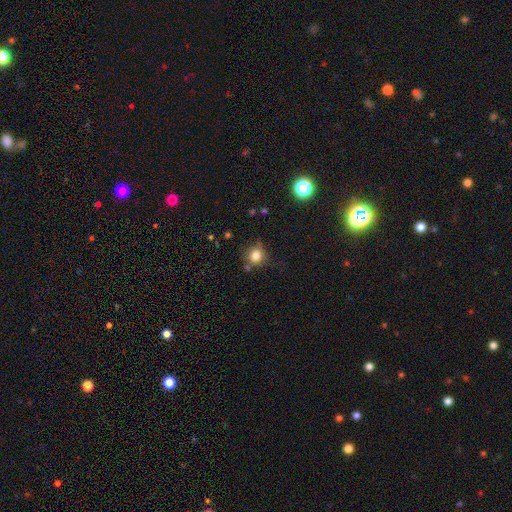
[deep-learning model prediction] Smooth or featured?
  - smooth: 81% *
  - star or artifact: 12%
  - featured or disk: 7%
How rounded?
  - round: 84% *
  - in between: 15%
  - cigar-shaped: 1%
Merging?
  - none: 69% *
  - minor disturbance: 20%
  - merger: 6%
  - major disturbance: 5%